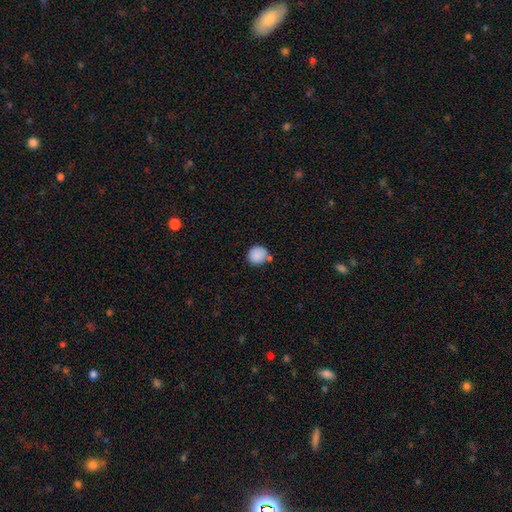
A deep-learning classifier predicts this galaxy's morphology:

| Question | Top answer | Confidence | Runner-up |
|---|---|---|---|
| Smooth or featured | smooth | 88% | star or artifact (9%) |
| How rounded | round | 86% | in between (13%) |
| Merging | none | 68% | minor disturbance (16%) |